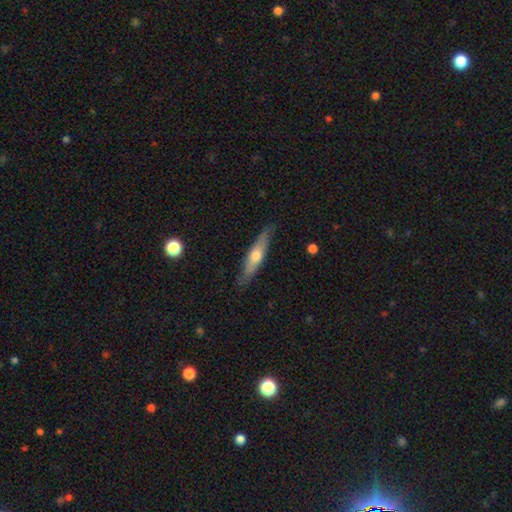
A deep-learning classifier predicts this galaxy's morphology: Overall: featured or disk (48%; smooth 46%). Merging: none (83%).